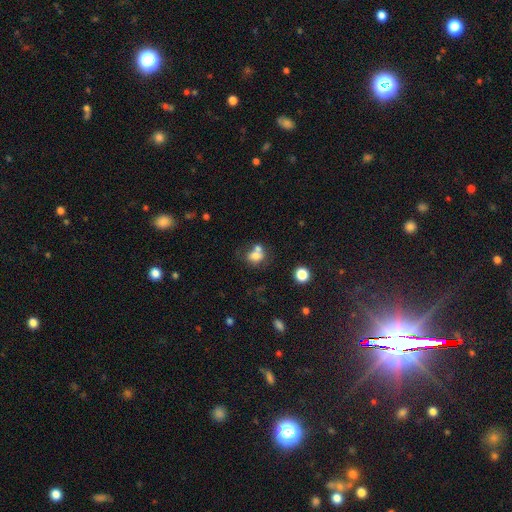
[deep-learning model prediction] This is likely a smooth galaxy (72%). How rounded: possibly round (55%). Merging: possibly merger (49%).